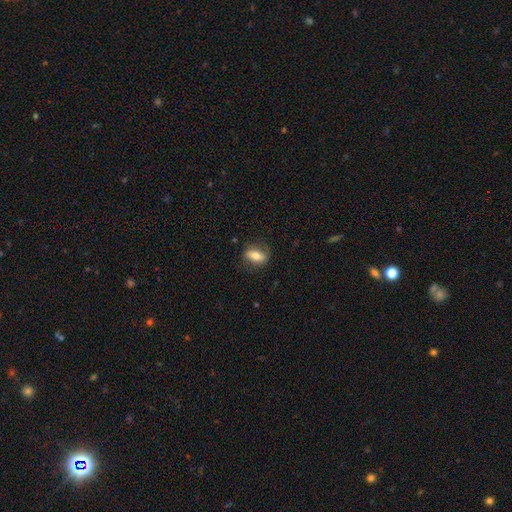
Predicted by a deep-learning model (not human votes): A smooth galaxy with no disk features (63%) that is in between round and cigar-shaped (78%). Merging: none (76%).